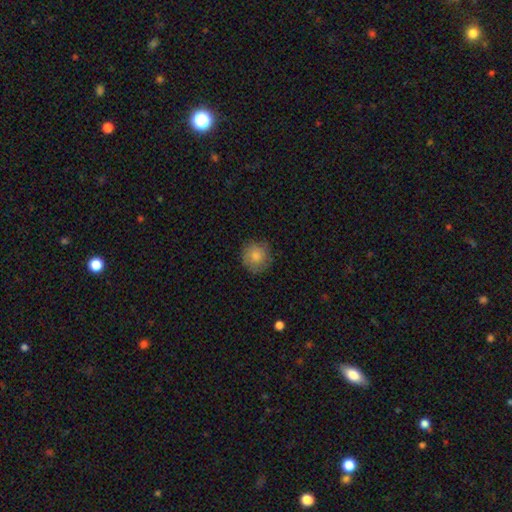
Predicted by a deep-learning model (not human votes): A smooth galaxy with no disk features (81%) that is round (92%).

Vote fractions:
- Smooth or featured? smooth: 81% / featured or disk: 11% / star or artifact: 8%
- How rounded? round: 92% / in between: 7% / cigar-shaped: 1%
- Merging? none: 82% / minor disturbance: 13% / major disturbance: 3% / merger: 1%